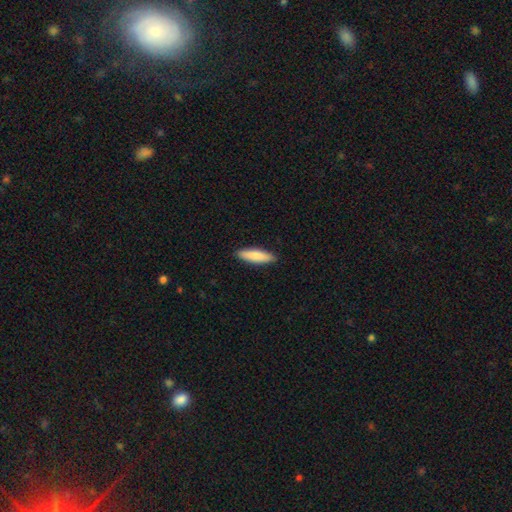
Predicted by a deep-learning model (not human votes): This appears to be a smooth galaxy with no disk features (85%) that is cigar-shaped (69%). Merging: none (90%).